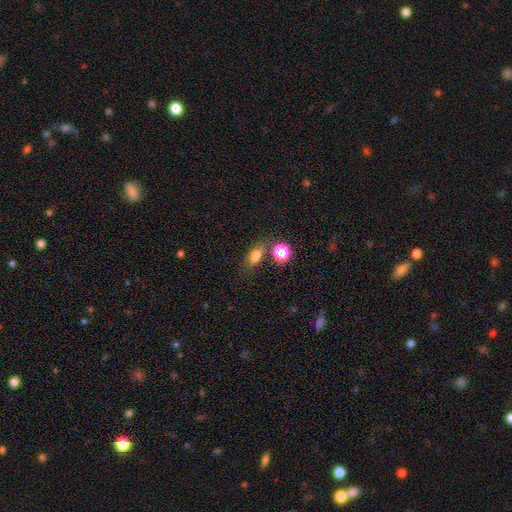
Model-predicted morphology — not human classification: Smooth or featured? smooth (73%)
How rounded? in between (67%)
Merging? none (71%)